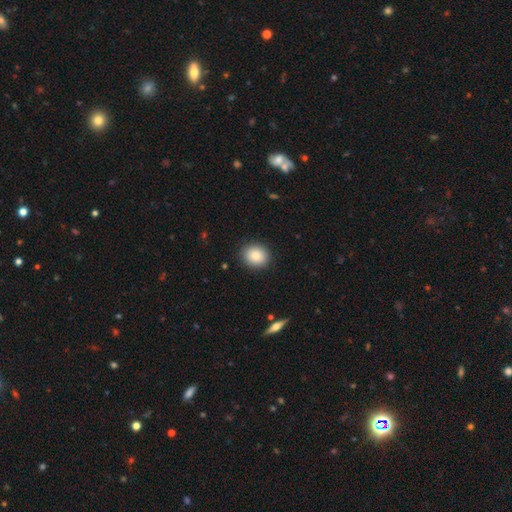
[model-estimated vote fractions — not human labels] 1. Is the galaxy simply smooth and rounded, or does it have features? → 84% smooth, 9% star or artifact, 7% featured or disk.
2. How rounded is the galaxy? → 72% round, 27% in between, 1% cigar-shaped.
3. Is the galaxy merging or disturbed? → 90% none, 7% minor disturbance, 2% major disturbance, 1% merger.